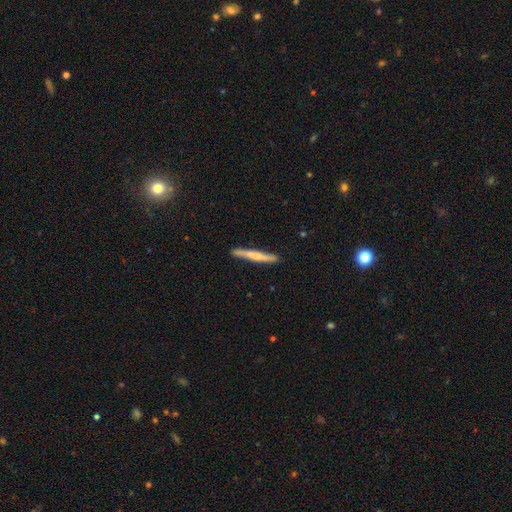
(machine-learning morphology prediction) A smooth galaxy with no disk features (55%) that is cigar-shaped (96%).

Vote fractions:
- Smooth or featured? smooth: 55% / featured or disk: 40% / star or artifact: 5%
- How rounded? cigar-shaped: 96% / in between: 3% / round: 1%
- Merging? none: 88% / minor disturbance: 9% / major disturbance: 2% / merger: 1%